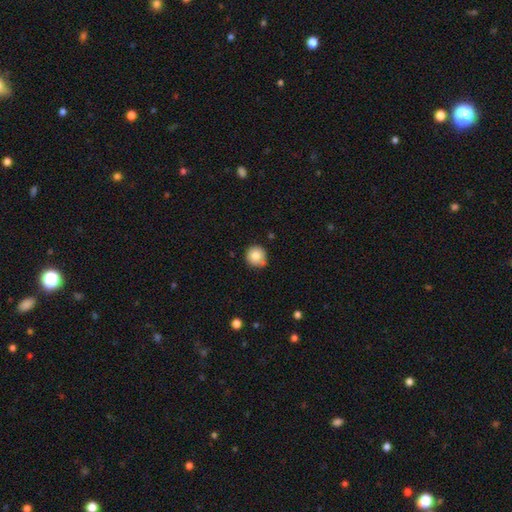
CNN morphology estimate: Smooth or featured? smooth (81%)
How rounded? round (94%)
Merging? none (75%)